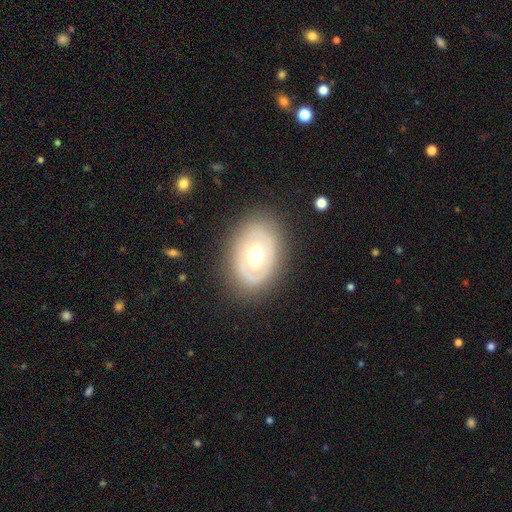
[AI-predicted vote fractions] Smooth or featured?
  - featured or disk: 55% *
  - smooth: 38%
  - star or artifact: 7%
Edge-on disk?
  - no: 92% *
  - yes: 8%
Bar?
  - no: 86% *
  - weak: 10%
  - strong: 4%
Spiral arms?
  - no: 86% *
  - yes: 14%
Bulge size?
  - large: 46% *
  - moderate: 42%
  - dominant: 8%
  - small: 3%
  - none: 1%
Merging?
  - none: 80% *
  - minor disturbance: 13%
  - major disturbance: 6%
  - merger: 1%